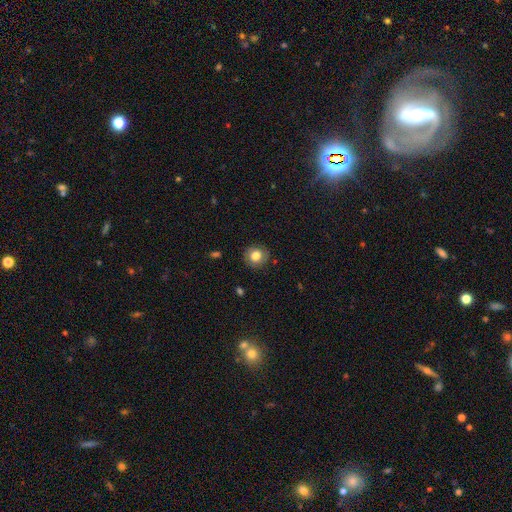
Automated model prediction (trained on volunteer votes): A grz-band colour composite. It shows a smooth galaxy with no disk features (77%) that is round (86%). Merging: none (86%).